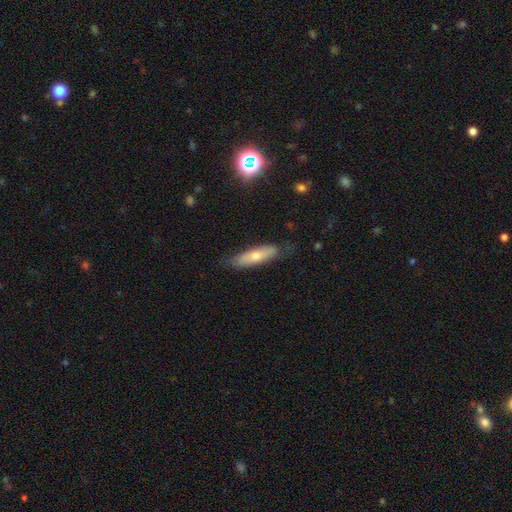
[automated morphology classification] A smooth galaxy with no disk features (56%) that is cigar-shaped (70%).

Vote fractions:
- Smooth or featured? smooth: 56% / featured or disk: 36% / star or artifact: 8%
- How rounded? cigar-shaped: 70% / in between: 28% / round: 2%
- Merging? none: 77% / minor disturbance: 18% / major disturbance: 4% / merger: 1%